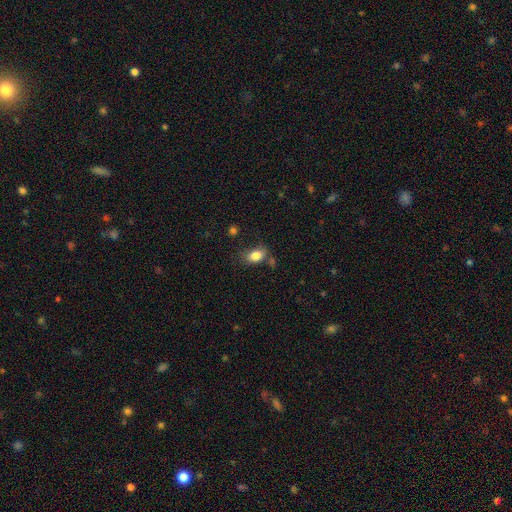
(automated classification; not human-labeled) smooth 82%, star or artifact 9%, featured or disk 9%. Down the decision tree: how rounded — in between (84%); merging — none (64%).